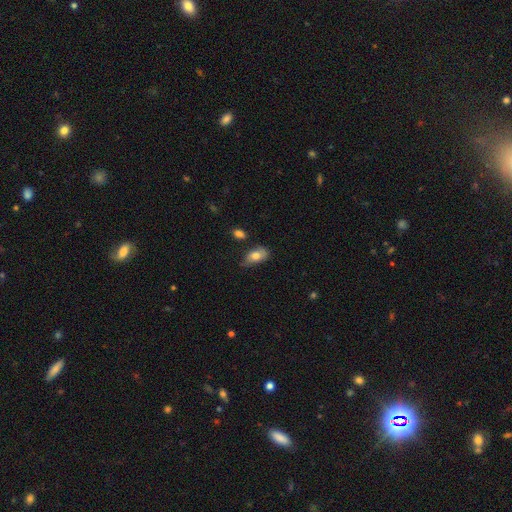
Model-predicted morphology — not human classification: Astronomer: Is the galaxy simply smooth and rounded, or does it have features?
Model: smooth — 74%.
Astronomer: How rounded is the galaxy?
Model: in between — 90%.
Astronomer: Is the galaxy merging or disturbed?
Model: none — 47% (runner-up: minor disturbance, 38%).